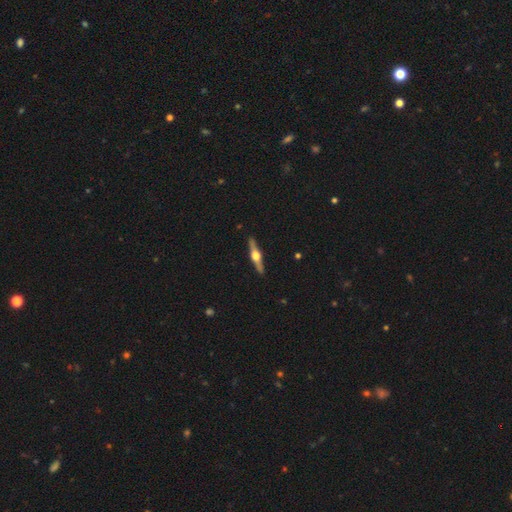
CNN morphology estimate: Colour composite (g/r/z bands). It shows a featured or disk galaxy (80%) viewed edge-on (98%) with a rounded central bulge (96%). Merging: none (92%).